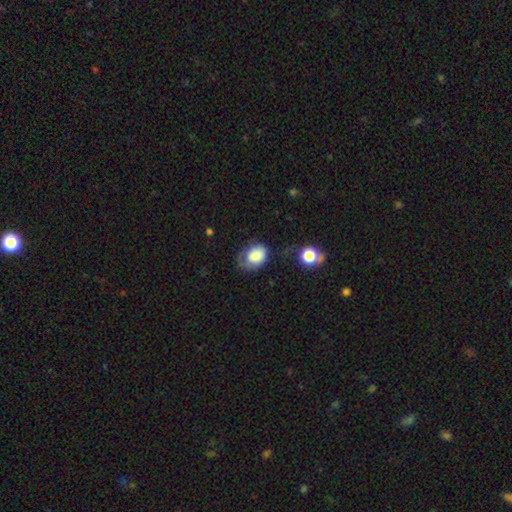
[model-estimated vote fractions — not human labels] Overall: smooth (76%). How rounded: in between (69%; round 30%). Merging: none (39%; minor disturbance 34%).